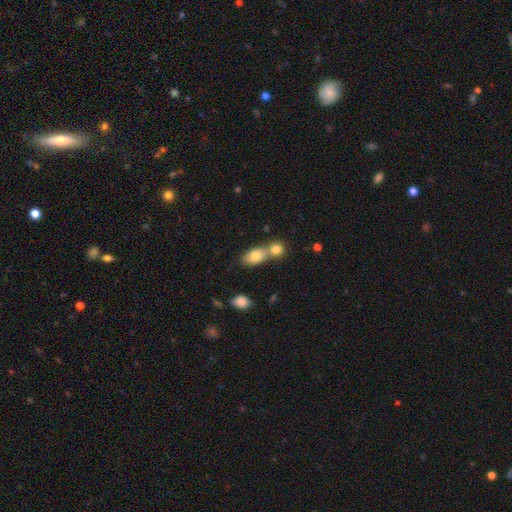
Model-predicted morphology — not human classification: smooth-or-featured: smooth: 78% | featured or disk: 13% | star or artifact: 8%
  how-rounded: in between: 80% | round: 16% | cigar-shaped: 4%
  merging: merger: 55% | none: 34% | minor disturbance: 8% | major disturbance: 3%